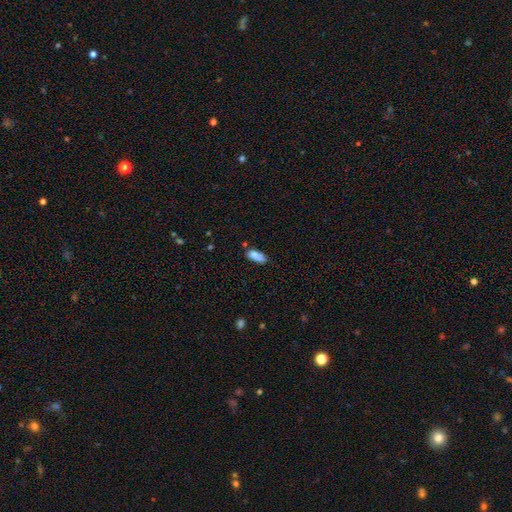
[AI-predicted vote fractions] The model was most divided on "merging": none: 61%, minor disturbance: 24%, merger: 9%, major disturbance: 6%. More confident: smooth or featured — smooth (84%); how rounded — in between (74%).